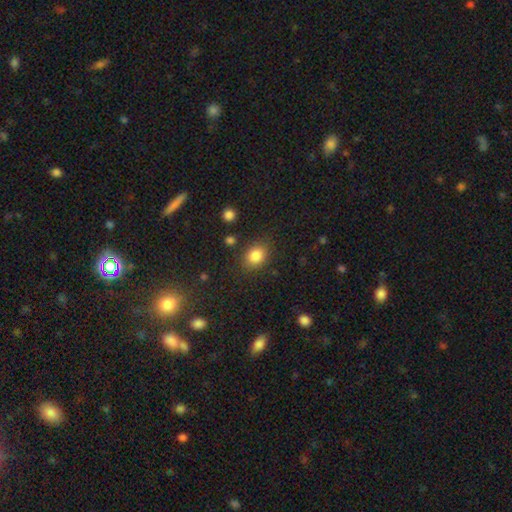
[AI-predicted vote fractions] This appears to be a smooth galaxy with no disk features (84%) that is in between round and cigar-shaped (55%). Merging: none (82%).